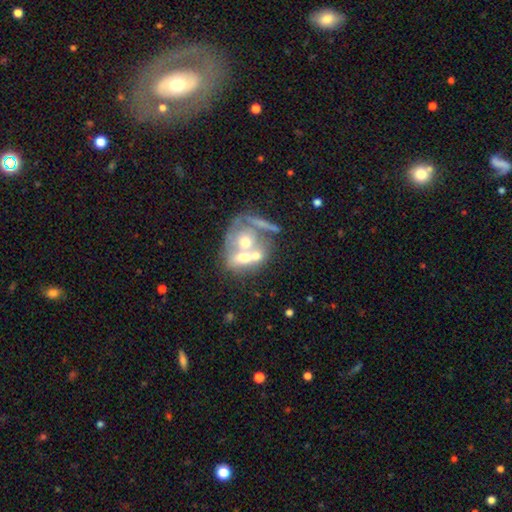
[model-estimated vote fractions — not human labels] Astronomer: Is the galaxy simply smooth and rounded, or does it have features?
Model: featured or disk — 45% (runner-up: smooth, 44%).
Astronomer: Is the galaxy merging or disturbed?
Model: merger — 68%.